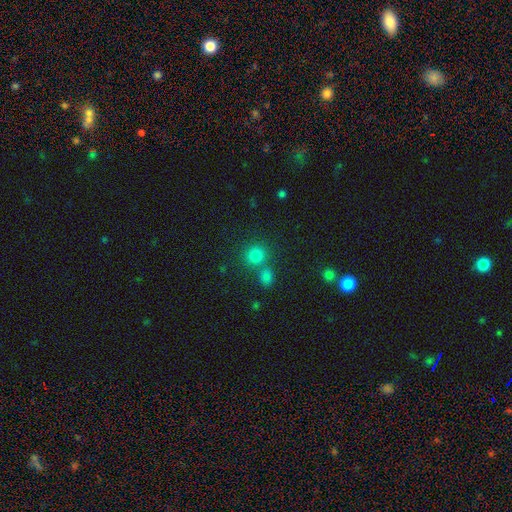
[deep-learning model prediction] smooth 79%, star or artifact 15%, featured or disk 6%. Down the decision tree: how rounded — round (87%); merging — none (63%).